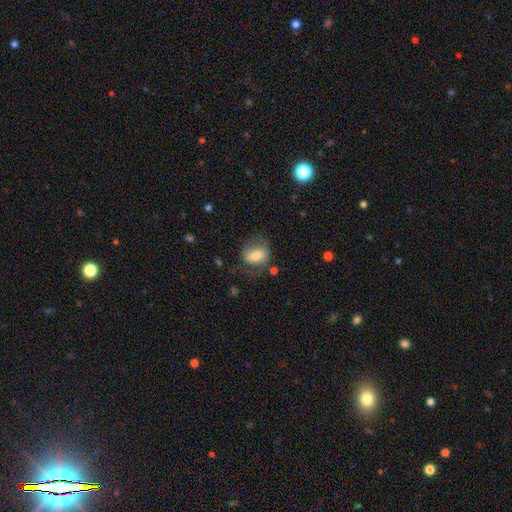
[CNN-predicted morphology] Q: Smooth or featured?
A: smooth (61%); runner-up: featured or disk (31%)
Q: How rounded?
A: in between (65%); runner-up: round (34%)
Q: Merging?
A: none (56%); runner-up: minor disturbance (22%)